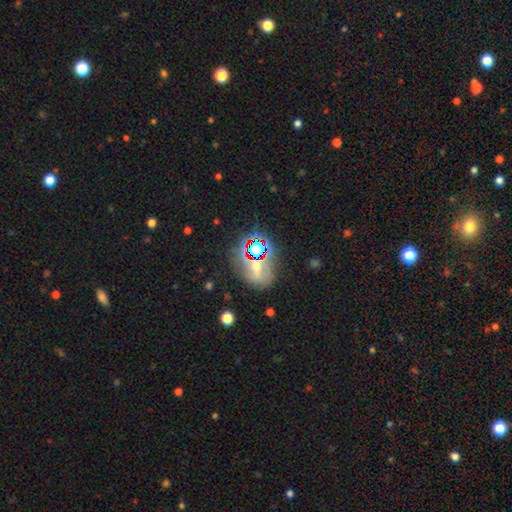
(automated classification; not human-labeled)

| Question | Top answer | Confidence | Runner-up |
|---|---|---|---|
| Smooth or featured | star or artifact | 62% | smooth (22%) |